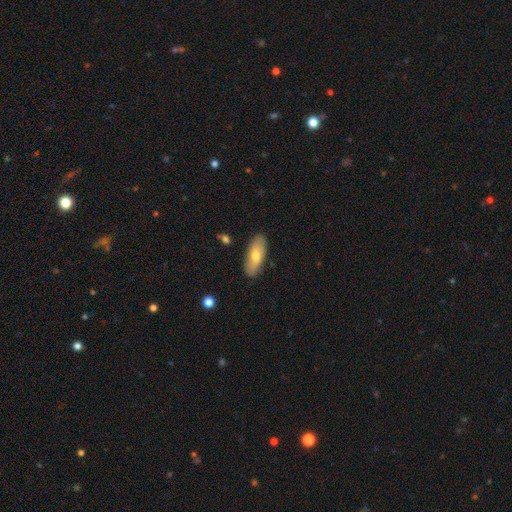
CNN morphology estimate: smooth-or-featured: smooth: 70% | featured or disk: 24% | star or artifact: 6%
  how-rounded: in between: 78% | cigar-shaped: 20% | round: 2%
  merging: none: 86% | minor disturbance: 10% | major disturbance: 2% | merger: 1%